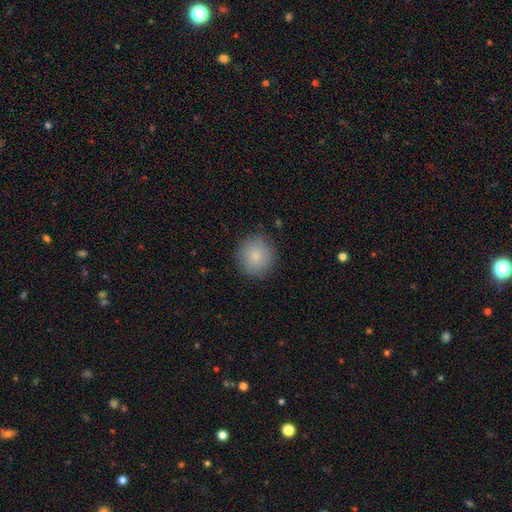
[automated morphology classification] Smooth or featured: smooth — 83% (featured or disk — 9%)
How rounded: round — 92% (in between — 7%)
Merging: none — 88% (minor disturbance — 9%)